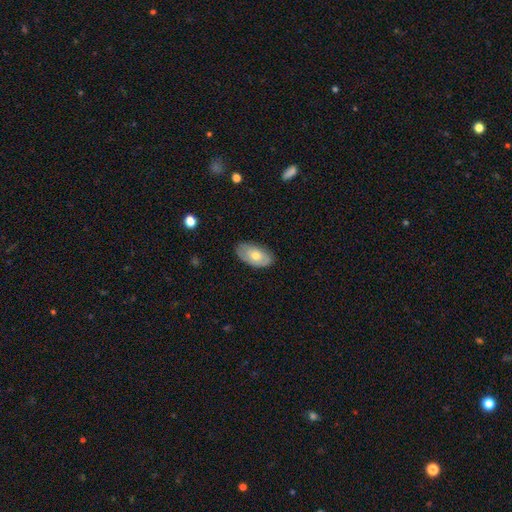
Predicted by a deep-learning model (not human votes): Smooth or featured? smooth (61%)
How rounded? in between (94%)
Merging? none (79%)